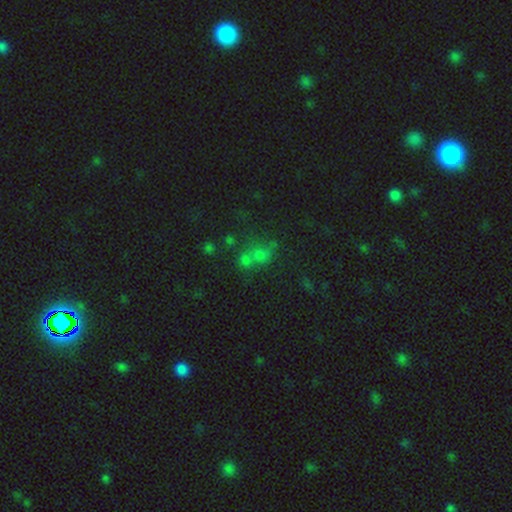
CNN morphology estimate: type=smooth (49%); merging=merger (43%).